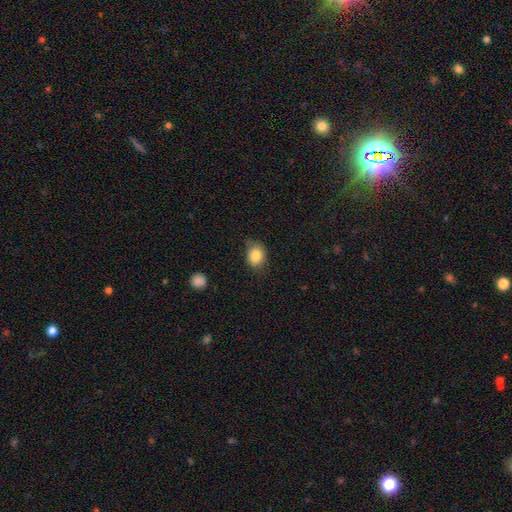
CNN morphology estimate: Smooth or featured: smooth — 84% (star or artifact — 9%)
How rounded: in between — 54% (round — 45%)
Merging: none — 67% (minor disturbance — 25%)